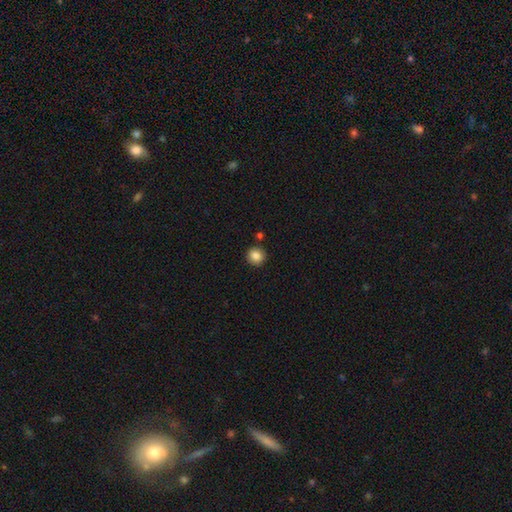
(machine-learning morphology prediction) type=smooth (86%); roundness=round (92%); merging=none (89%).